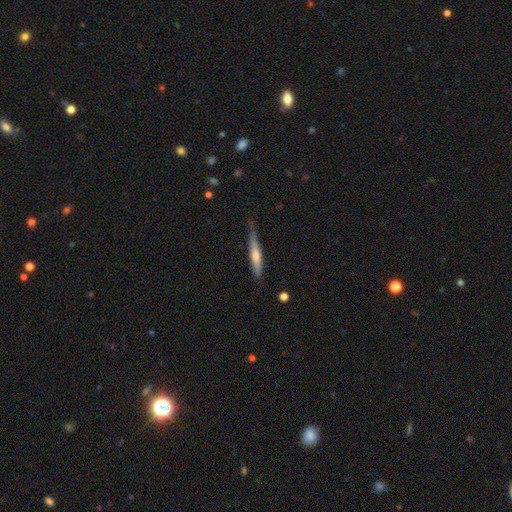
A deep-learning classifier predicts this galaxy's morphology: Overall: featured or disk (48%; smooth 46%). Merging: none (72%).